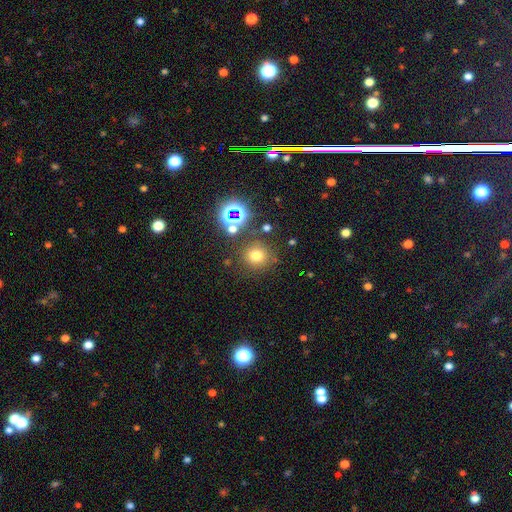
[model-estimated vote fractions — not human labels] Q: Smooth or featured?
A: smooth (69%); runner-up: star or artifact (23%)
Q: How rounded?
A: round (92%); runner-up: in between (7%)
Q: Merging?
A: none (81%); runner-up: minor disturbance (8%)